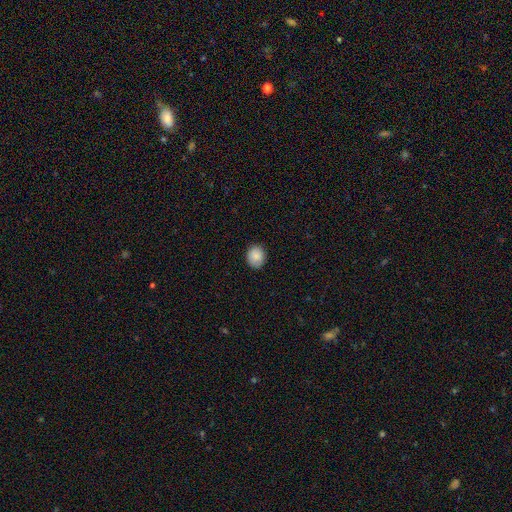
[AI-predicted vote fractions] Smooth or featured? Predicted: smooth (p=0.86). How rounded? Predicted: round (p=0.61). Merging? Predicted: none (p=0.86).